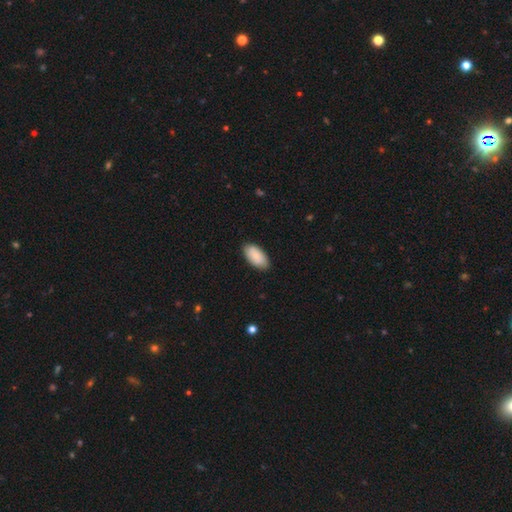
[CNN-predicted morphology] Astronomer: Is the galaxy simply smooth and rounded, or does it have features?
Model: smooth — 86%.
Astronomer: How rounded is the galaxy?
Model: in between — 94%.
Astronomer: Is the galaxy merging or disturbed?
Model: none — 86%.